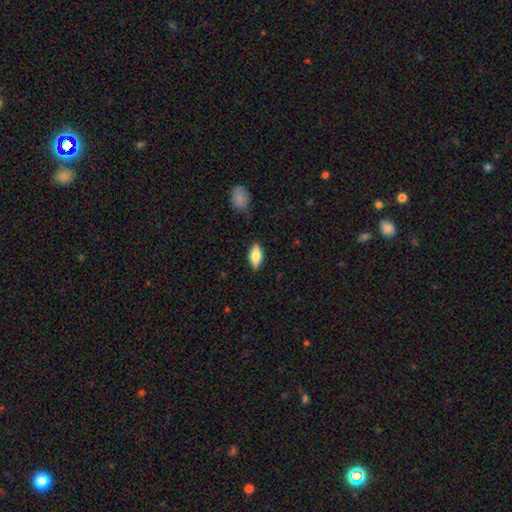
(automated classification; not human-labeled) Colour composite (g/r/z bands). It shows a smooth galaxy with no disk features (68%) that is in between round and cigar-shaped (78%). Merging: none (86%).